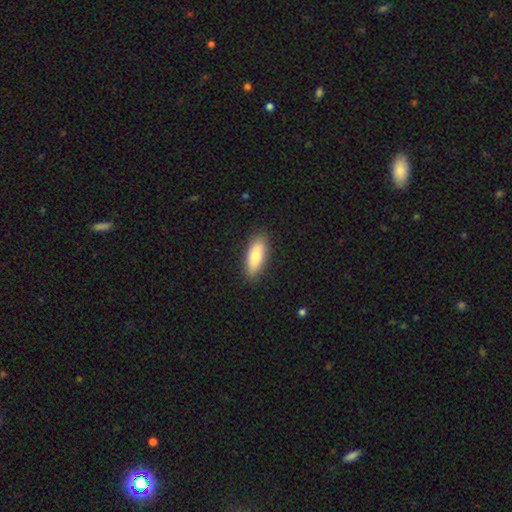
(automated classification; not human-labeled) smooth_or_featured: smooth (p=0.80) [alt: featured or disk p=0.14]
how_rounded: in between (p=0.74) [alt: cigar-shaped p=0.23]
merging: none (p=0.87) [alt: minor disturbance p=0.10]